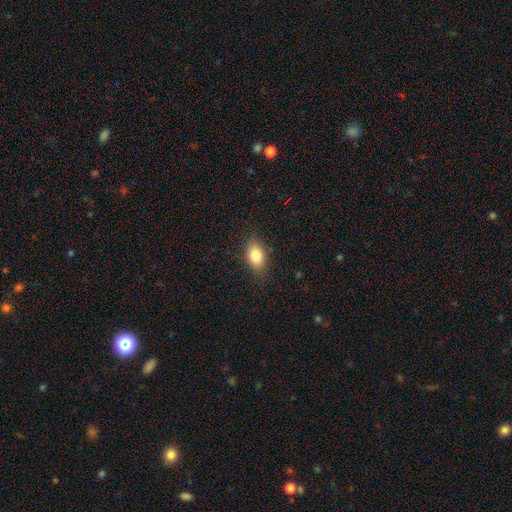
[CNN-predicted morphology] Overall: smooth (82%). How rounded: in between (85%). Merging: none (84%).